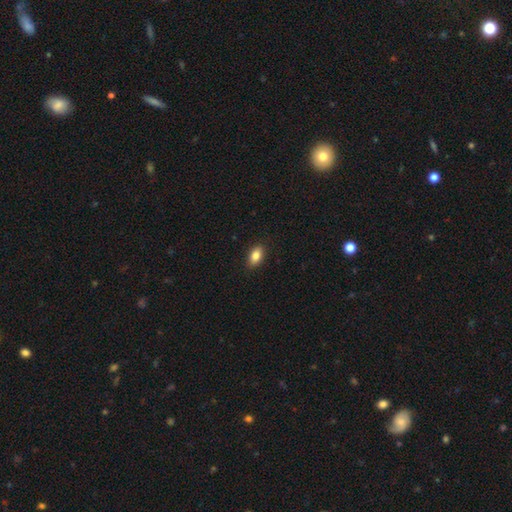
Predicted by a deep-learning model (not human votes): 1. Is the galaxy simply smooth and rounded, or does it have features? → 84% smooth, 8% featured or disk, 8% star or artifact.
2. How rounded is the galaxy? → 89% in between, 8% round, 3% cigar-shaped.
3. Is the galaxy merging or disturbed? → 89% none, 9% minor disturbance, 2% major disturbance, 1% merger.